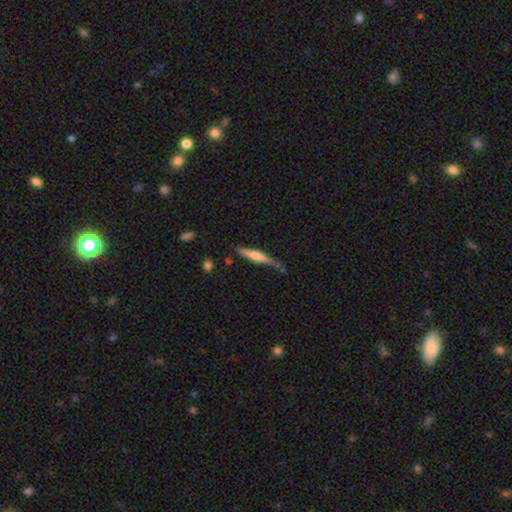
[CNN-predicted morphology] smooth_or_featured: featured or disk (p=0.48) [alt: smooth p=0.46]
merging: none (p=0.74) [alt: minor disturbance p=0.17]